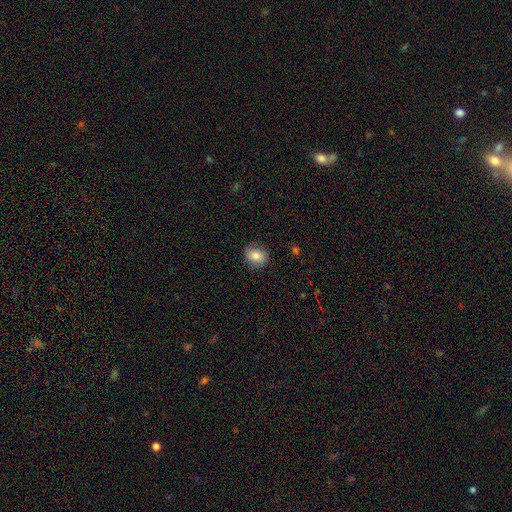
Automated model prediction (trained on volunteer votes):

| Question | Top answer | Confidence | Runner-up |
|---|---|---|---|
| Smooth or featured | smooth | 80% | featured or disk (12%) |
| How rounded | round | 59% | in between (40%) |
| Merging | none | 82% | minor disturbance (14%) |